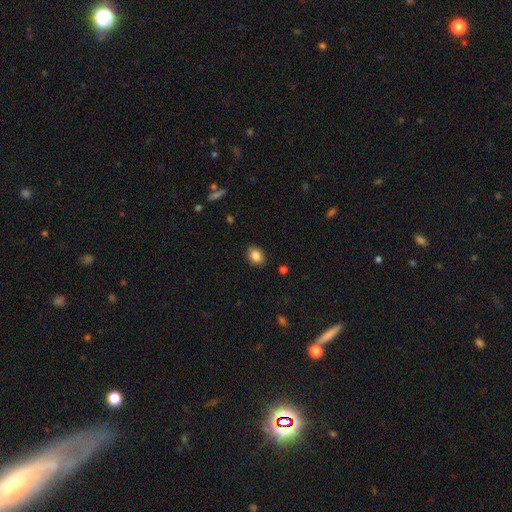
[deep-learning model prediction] smooth 85%, star or artifact 9%, featured or disk 6%. Down the decision tree: how rounded — in between (60%); merging — none (88%).